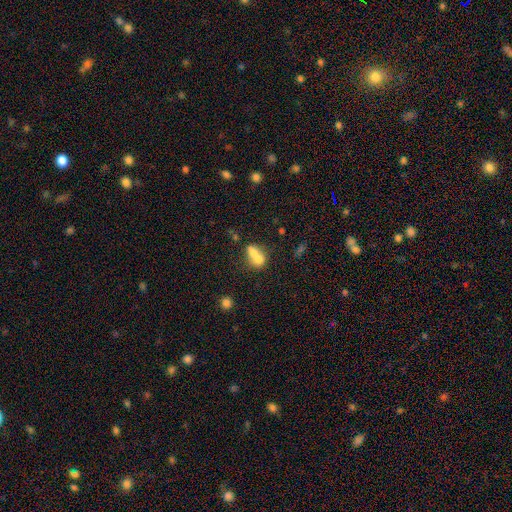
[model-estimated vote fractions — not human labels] smooth_or_featured: smooth (p=0.68) [alt: featured or disk p=0.22]
how_rounded: in between (p=0.50) [alt: round p=0.48]
merging: merger (p=0.70) [alt: none p=0.20]